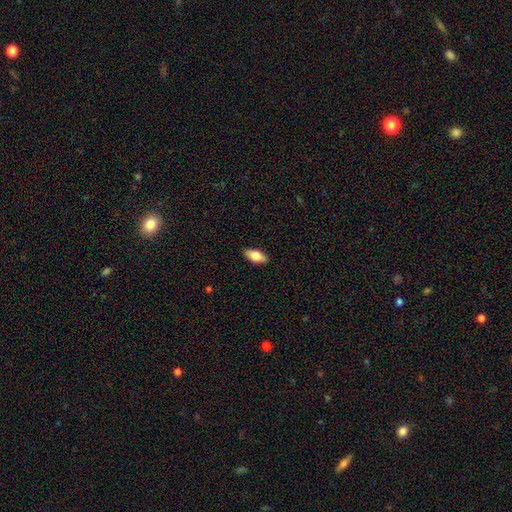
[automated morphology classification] This is likely a smooth galaxy (74%). How rounded: clearly in between (85%). Merging: clearly none (89%).